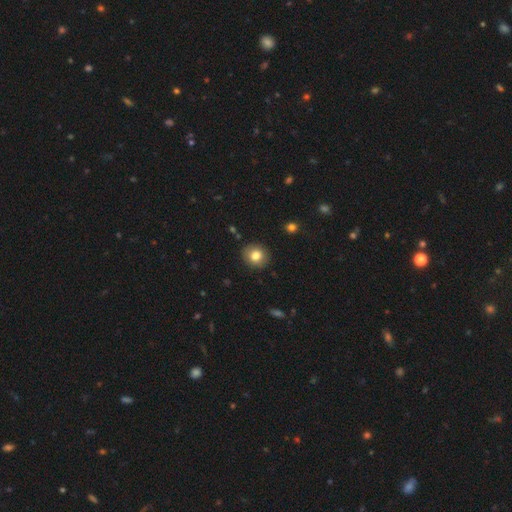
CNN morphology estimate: Smooth or featured? smooth (81%)
How rounded? round (80%)
Merging? none (89%)